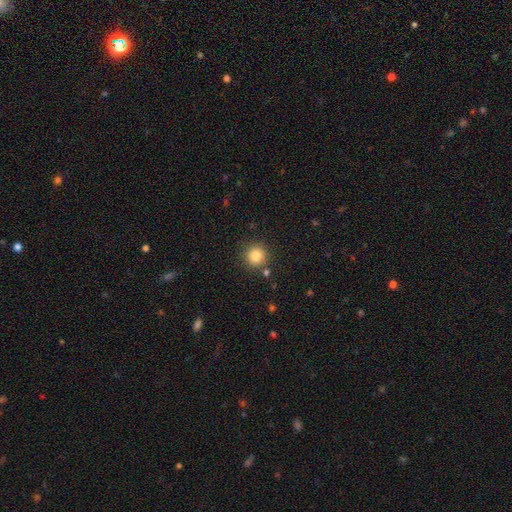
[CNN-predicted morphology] Smooth or featured? Predicted: smooth (p=0.84). How rounded? Predicted: round (p=0.93). Merging? Predicted: none (p=0.85).